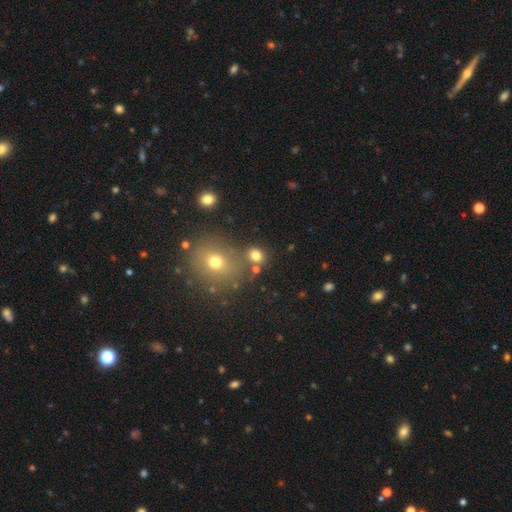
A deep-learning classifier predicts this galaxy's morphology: Smooth or featured? smooth (75%)
How rounded? round (71%)
Merging? none (70%)